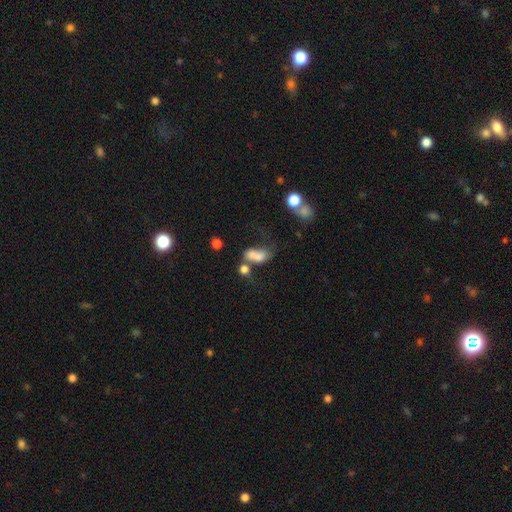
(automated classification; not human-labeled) smooth-or-featured: smooth: 63% | featured or disk: 24% | star or artifact: 13%
  how-rounded: in between: 83% | round: 12% | cigar-shaped: 5%
  merging: merger: 47% | major disturbance: 24% | none: 16% | minor disturbance: 13%